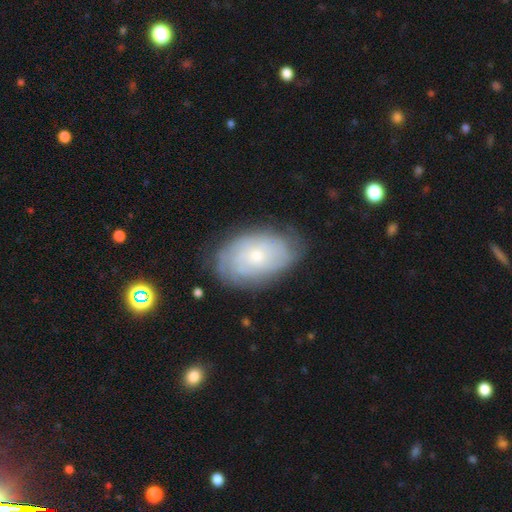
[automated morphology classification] featured or disk 60%, smooth 32%, star or artifact 8%. Down the decision tree: edge-on disk — no (95%); bar — no (82%); spiral arms — yes (83%); bulge size — small (67%); merging — none (74%).